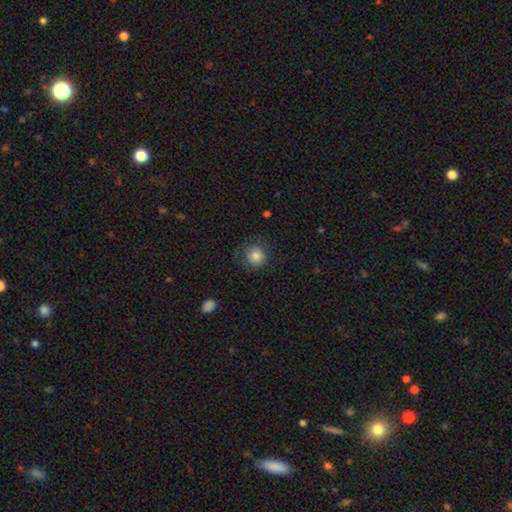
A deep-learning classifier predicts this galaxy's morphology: smooth 84%, star or artifact 10%, featured or disk 6%. Down the decision tree: how rounded — round (91%); merging — none (80%).